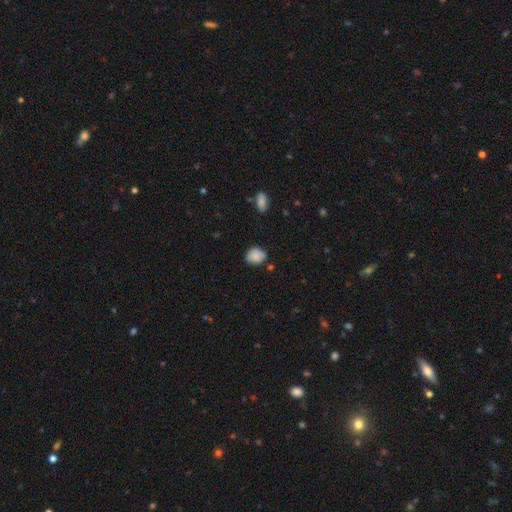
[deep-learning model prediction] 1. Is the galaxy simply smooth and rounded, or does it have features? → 85% smooth, 8% star or artifact, 7% featured or disk.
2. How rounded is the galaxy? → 58% round, 41% in between, 1% cigar-shaped.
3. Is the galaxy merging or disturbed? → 74% none, 20% minor disturbance, 3% major disturbance, 3% merger.